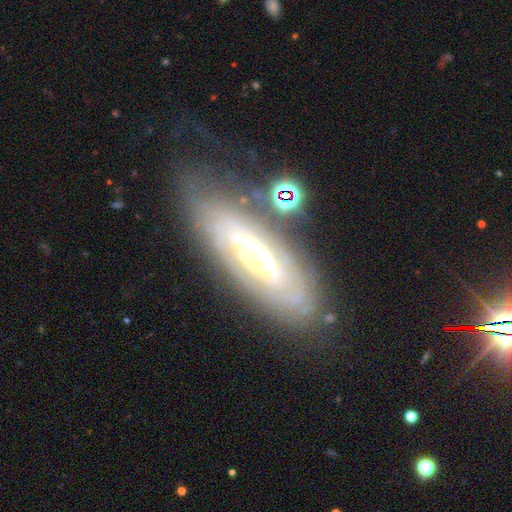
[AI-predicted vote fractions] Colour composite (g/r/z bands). It shows a featured or disk galaxy (76%) with no bar (58%), spiral arms (69%) and a moderate central bulge (46%). Merging: none (67%).